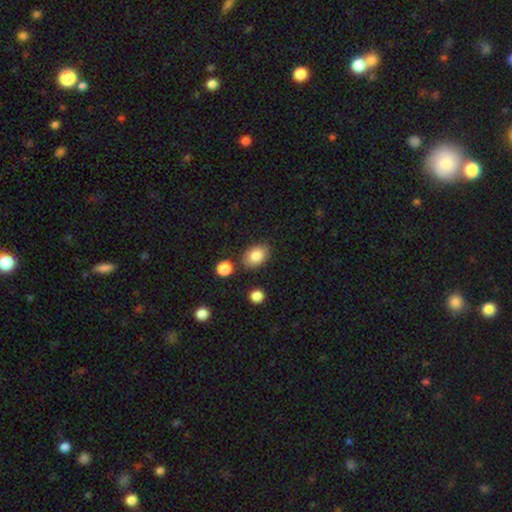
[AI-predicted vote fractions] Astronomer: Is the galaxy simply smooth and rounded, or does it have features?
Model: smooth — 83%.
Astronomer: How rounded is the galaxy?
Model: in between — 81%.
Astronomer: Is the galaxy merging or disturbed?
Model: none — 79%.